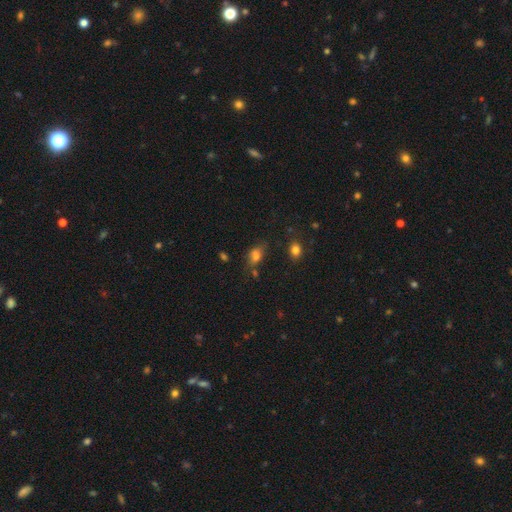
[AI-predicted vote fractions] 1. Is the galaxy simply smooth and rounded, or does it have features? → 69% smooth, 17% star or artifact, 15% featured or disk.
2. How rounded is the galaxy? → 78% in between, 17% round, 5% cigar-shaped.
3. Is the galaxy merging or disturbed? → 48% none, 25% minor disturbance, 14% merger, 13% major disturbance.